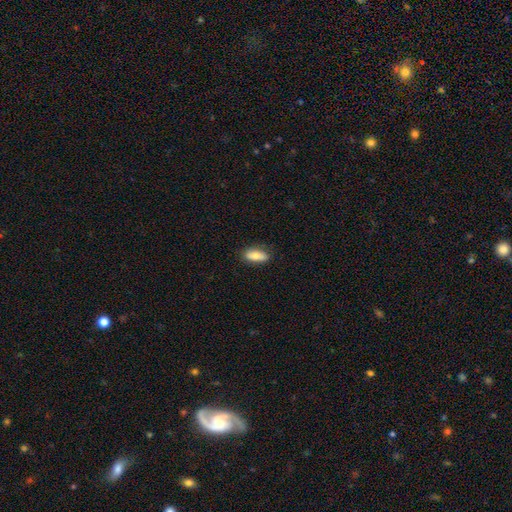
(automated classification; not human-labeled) Q: Smooth or featured?
A: smooth (77%); runner-up: featured or disk (16%)
Q: How rounded?
A: in between (80%); runner-up: cigar-shaped (17%)
Q: Merging?
A: none (81%); runner-up: minor disturbance (15%)